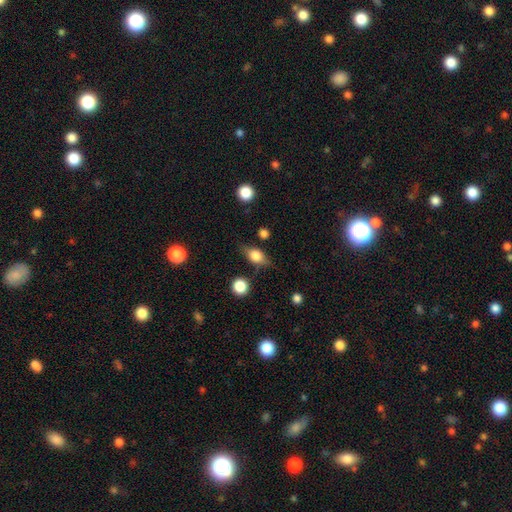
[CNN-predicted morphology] Smooth or featured? smooth (65%)
How rounded? in between (70%)
Merging? none (72%)